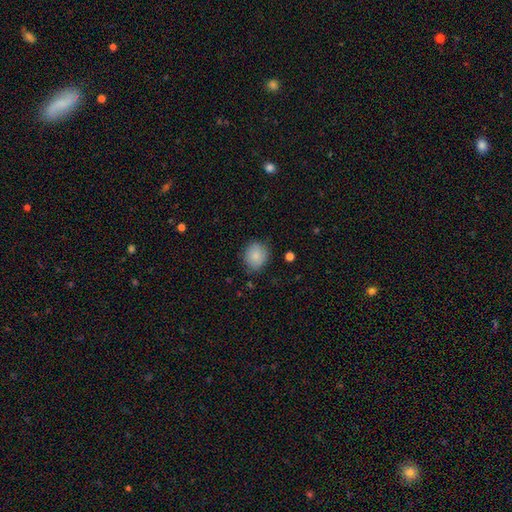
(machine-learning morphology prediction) Q: Smooth or featured?
A: smooth (86%); runner-up: star or artifact (8%)
Q: How rounded?
A: round (74%); runner-up: in between (25%)
Q: Merging?
A: none (82%); runner-up: minor disturbance (14%)